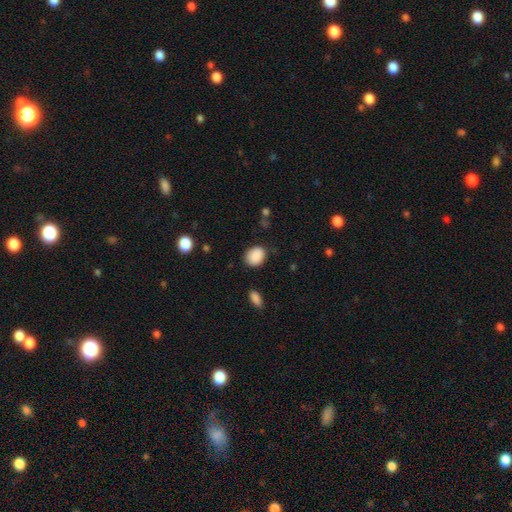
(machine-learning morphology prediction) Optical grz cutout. It shows a smooth galaxy with no disk features (88%) that is round (51%). Merging: none (82%).